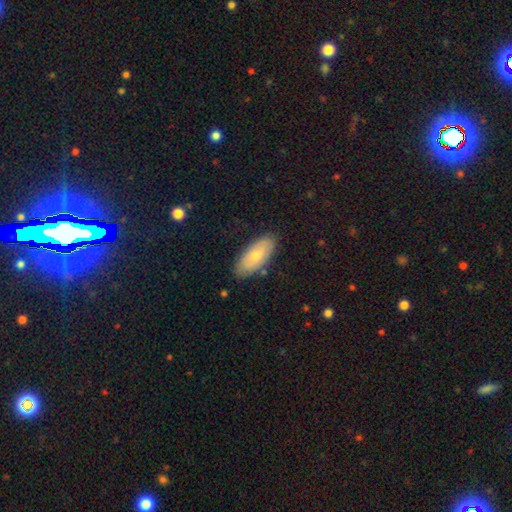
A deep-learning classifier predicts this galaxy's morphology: A smooth galaxy with no disk features (70%) that is in between round and cigar-shaped (88%).

Vote fractions:
- Smooth or featured? smooth: 70% / featured or disk: 24% / star or artifact: 6%
- How rounded? in between: 88% / cigar-shaped: 10% / round: 2%
- Merging? none: 82% / minor disturbance: 13% / major disturbance: 3% / merger: 2%